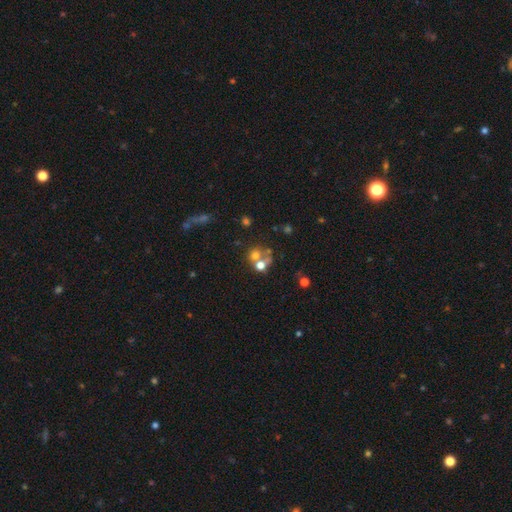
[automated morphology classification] type=smooth (57%); roundness=round (73%); merging=merger (53%).